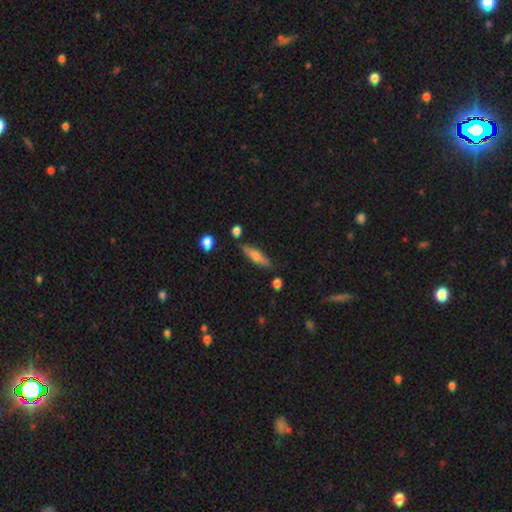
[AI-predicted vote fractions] A smooth galaxy with no disk features (54%) that is cigar-shaped (75%).

Vote fractions:
- Smooth or featured? smooth: 54% / featured or disk: 39% / star or artifact: 7%
- How rounded? cigar-shaped: 75% / in between: 22% / round: 2%
- Merging? none: 85% / minor disturbance: 10% / merger: 3% / major disturbance: 2%